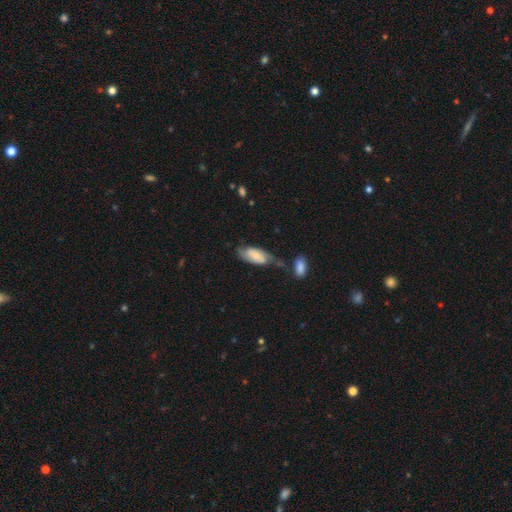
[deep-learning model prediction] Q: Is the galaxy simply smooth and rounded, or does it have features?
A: smooth — 48%.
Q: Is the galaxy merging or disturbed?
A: none — 49%.